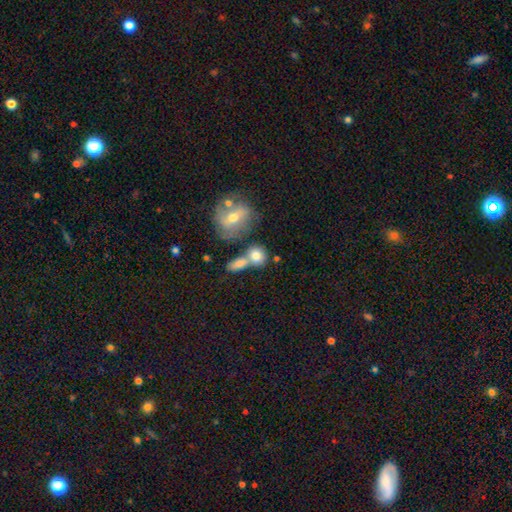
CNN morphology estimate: type=smooth (76%); roundness=round (67%); merging=merger (44%).